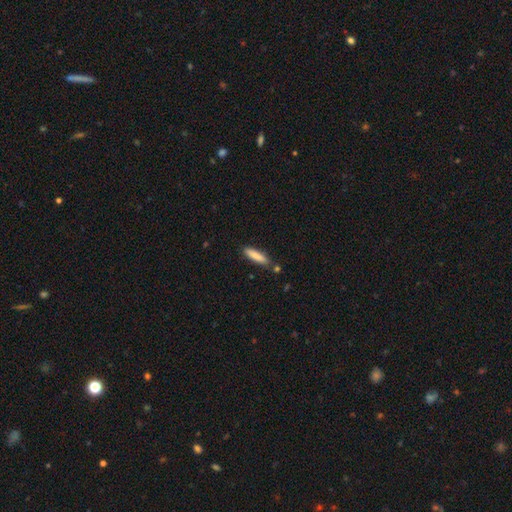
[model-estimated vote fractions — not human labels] A smooth galaxy with no disk features (84%) that is cigar-shaped (80%). Merging: none (80%).